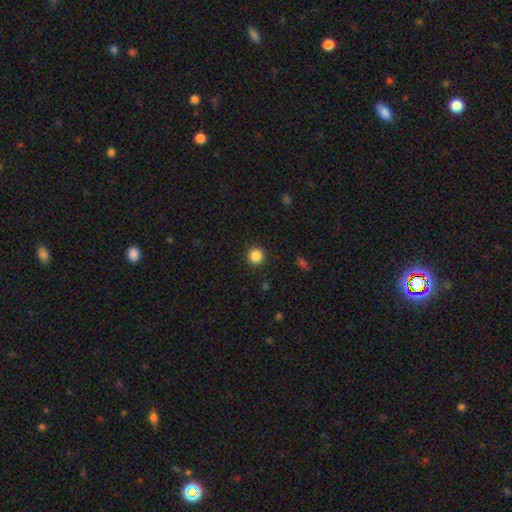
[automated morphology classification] This appears to be a smooth galaxy with no disk features (86%) that is round (94%). Merging: none (92%).